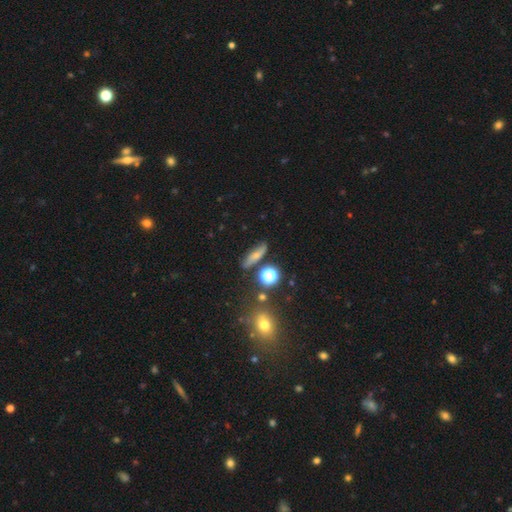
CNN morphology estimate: Smooth or featured?
  - smooth: 55% *
  - featured or disk: 26%
  - star or artifact: 18%
How rounded?
  - cigar-shaped: 52% *
  - in between: 30%
  - round: 18%
Merging?
  - none: 76% *
  - minor disturbance: 14%
  - merger: 5%
  - major disturbance: 4%